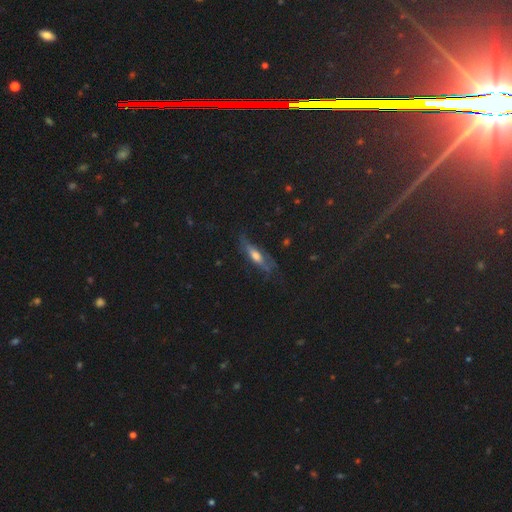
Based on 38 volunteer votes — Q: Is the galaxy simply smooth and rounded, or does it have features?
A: featured or disk — 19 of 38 (50%).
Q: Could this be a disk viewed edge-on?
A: yes — 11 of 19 (58%).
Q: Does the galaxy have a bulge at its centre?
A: rounded — 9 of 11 (82%).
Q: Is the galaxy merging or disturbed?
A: none — 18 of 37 (49%).